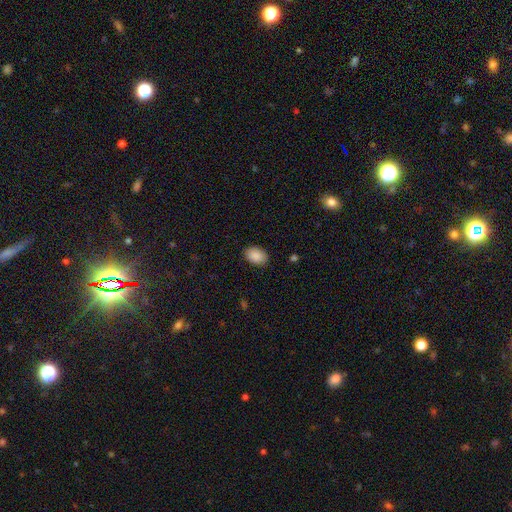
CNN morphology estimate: Smooth or featured: smooth — 90% (star or artifact — 7%)
How rounded: in between — 83% (round — 16%)
Merging: none — 87% (minor disturbance — 9%)